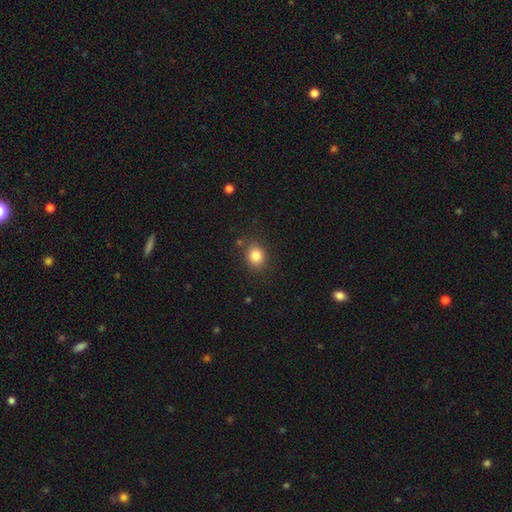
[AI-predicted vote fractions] smooth-or-featured: smooth: 83% | star or artifact: 11% | featured or disk: 6%
  how-rounded: round: 69% | in between: 30% | cigar-shaped: 1%
  merging: none: 84% | minor disturbance: 10% | major disturbance: 3% | merger: 3%